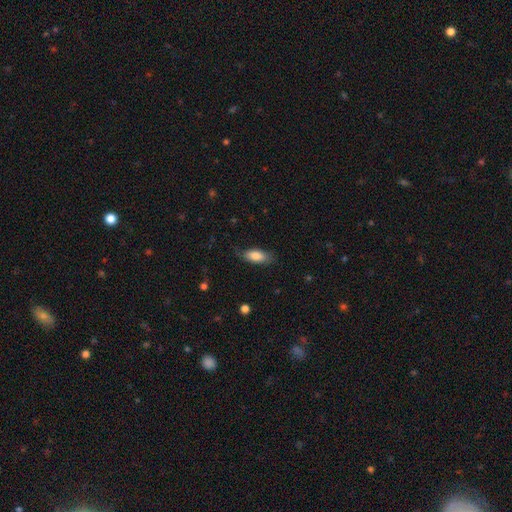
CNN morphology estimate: Smooth or featured? smooth (81%)
How rounded? in between (80%)
Merging? none (74%)